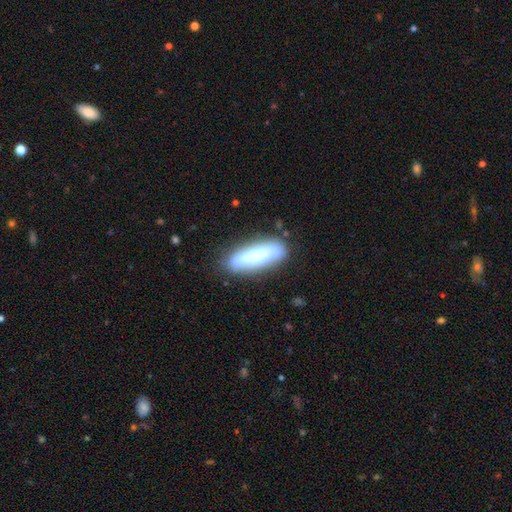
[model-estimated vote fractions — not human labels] smooth 61%, featured or disk 32%, star or artifact 7%. Down the decision tree: how rounded — cigar-shaped (65%); merging — none (80%).